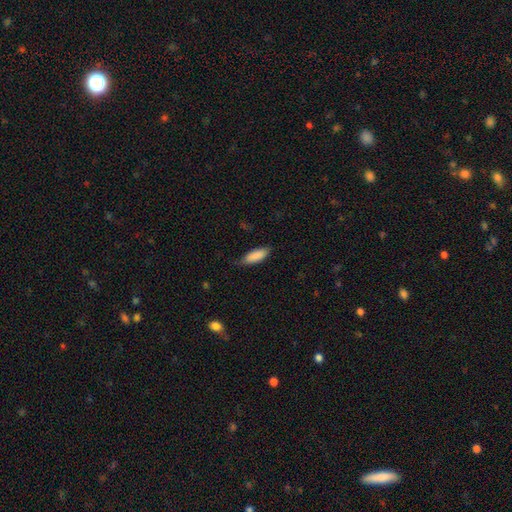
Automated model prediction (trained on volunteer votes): A smooth galaxy with no disk features (87%) that is in between round and cigar-shaped (68%).

Vote fractions:
- Smooth or featured? smooth: 87% / featured or disk: 7% / star or artifact: 6%
- How rounded? in between: 68% / cigar-shaped: 31% / round: 2%
- Merging? none: 67% / minor disturbance: 27% / major disturbance: 5% / merger: 1%